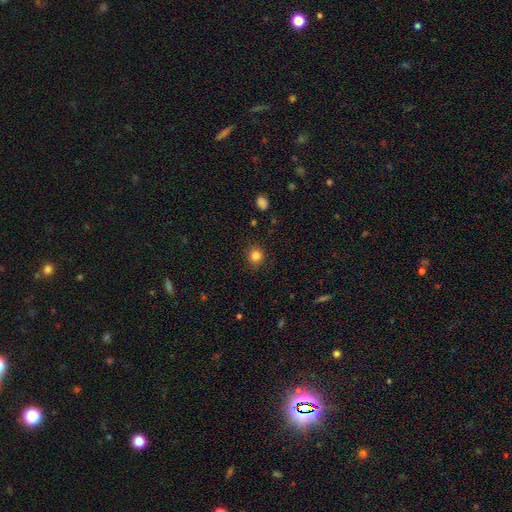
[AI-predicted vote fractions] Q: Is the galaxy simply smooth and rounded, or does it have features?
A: smooth — 84%.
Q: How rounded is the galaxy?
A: round — 89%.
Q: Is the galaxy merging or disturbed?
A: none — 87%.